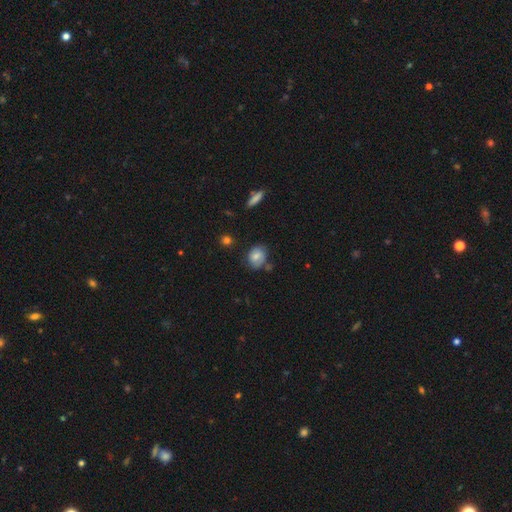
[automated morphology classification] smooth_or_featured: smooth (p=0.72) [alt: featured or disk p=0.19]
how_rounded: round (p=0.52) [alt: in between p=0.46]
merging: none (p=0.65) [alt: minor disturbance p=0.23]